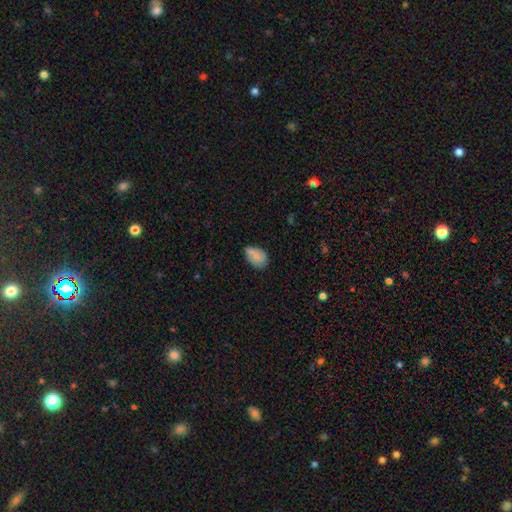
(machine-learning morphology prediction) Smooth or featured? Predicted: smooth (p=0.73). How rounded? Predicted: in between (p=0.83). Merging? Predicted: none (p=0.55).